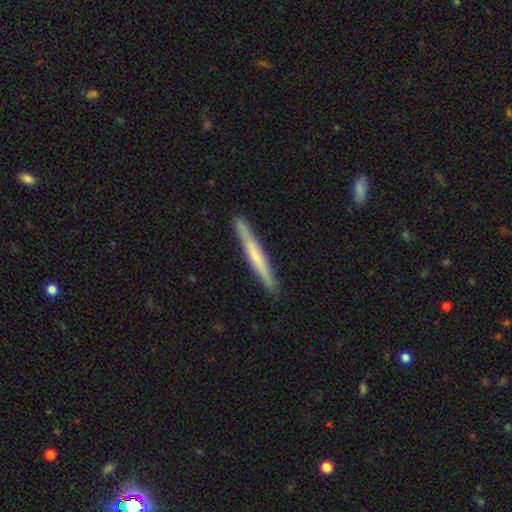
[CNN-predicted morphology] A smooth galaxy with no disk features (55%) that is cigar-shaped (97%).

Vote fractions:
- Smooth or featured? smooth: 55% / featured or disk: 40% / star or artifact: 5%
- How rounded? cigar-shaped: 97% / in between: 2% / round: 1%
- Merging? none: 90% / minor disturbance: 8% / major disturbance: 1% / merger: 1%